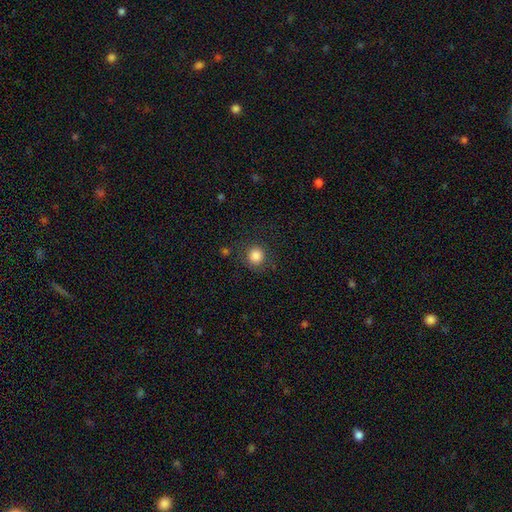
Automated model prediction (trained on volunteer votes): Overall: smooth (85%). How rounded: round (92%). Merging: none (82%).